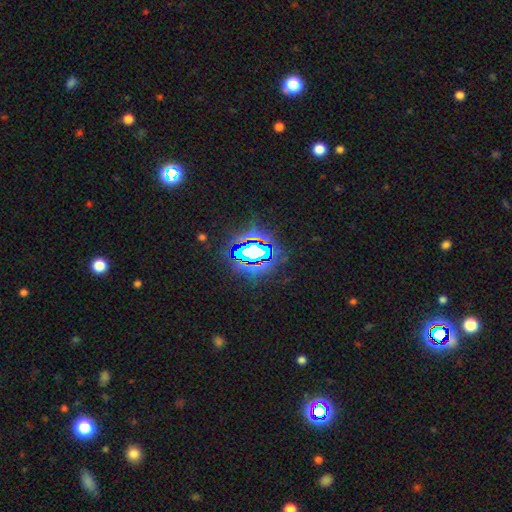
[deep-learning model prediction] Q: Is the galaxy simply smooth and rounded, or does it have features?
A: star or artifact — 80%.